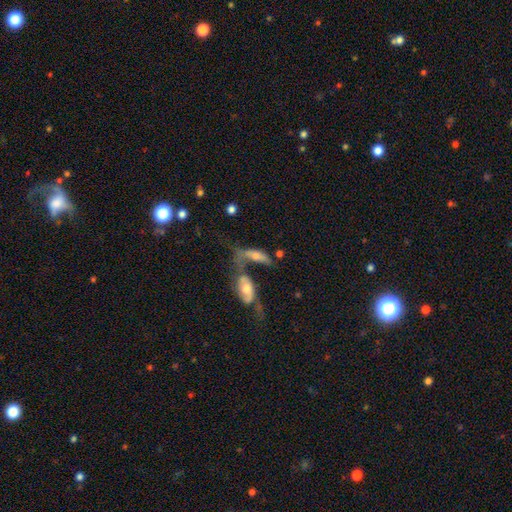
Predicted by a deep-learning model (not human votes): The model was most divided on "smooth or featured": smooth: 46%, featured or disk: 45%, star or artifact: 9%. More confident: merging — merger (51%).